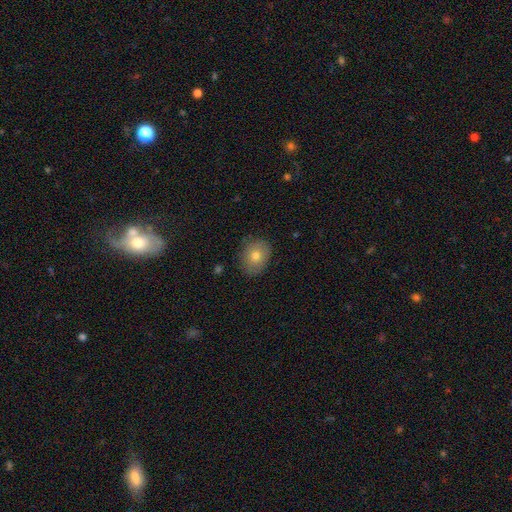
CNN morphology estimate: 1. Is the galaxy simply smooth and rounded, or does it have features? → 74% smooth, 17% featured or disk, 9% star or artifact.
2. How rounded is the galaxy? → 53% round, 46% in between, 1% cigar-shaped.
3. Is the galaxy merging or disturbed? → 82% none, 14% minor disturbance, 3% major disturbance, 1% merger.